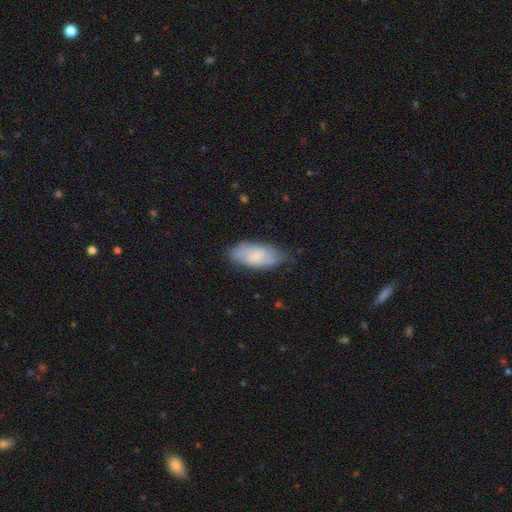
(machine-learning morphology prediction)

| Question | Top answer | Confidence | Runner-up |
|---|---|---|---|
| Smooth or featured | smooth | 50% | featured or disk (43%) |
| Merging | none | 68% | minor disturbance (25%) |